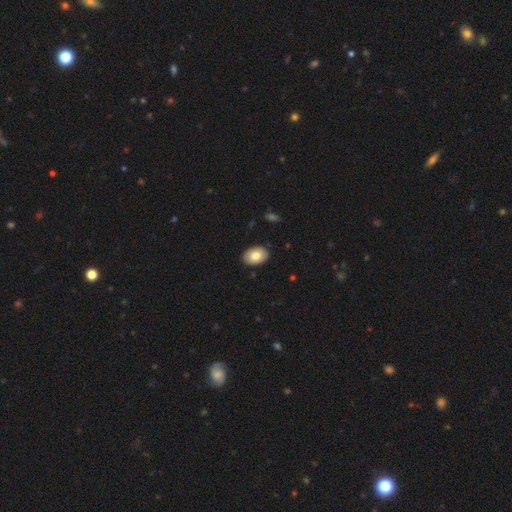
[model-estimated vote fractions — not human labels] The model was most divided on "smooth or featured": smooth: 79%, featured or disk: 15%, star or artifact: 6%. More confident: merging — none (89%); how rounded — in between (84%).